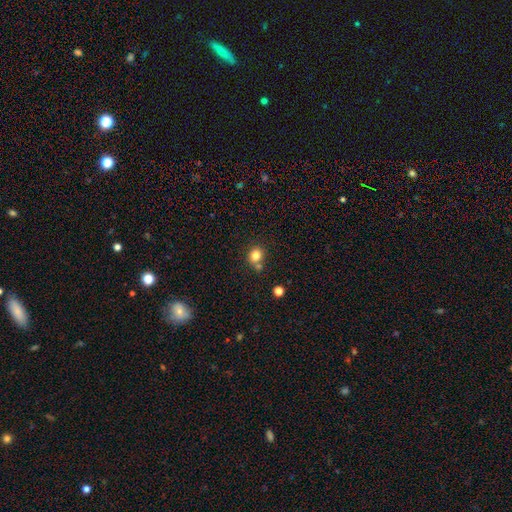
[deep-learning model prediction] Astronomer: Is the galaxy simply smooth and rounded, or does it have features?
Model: smooth — 82%.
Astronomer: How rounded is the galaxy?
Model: round — 75%.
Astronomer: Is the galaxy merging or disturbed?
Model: none — 64%.